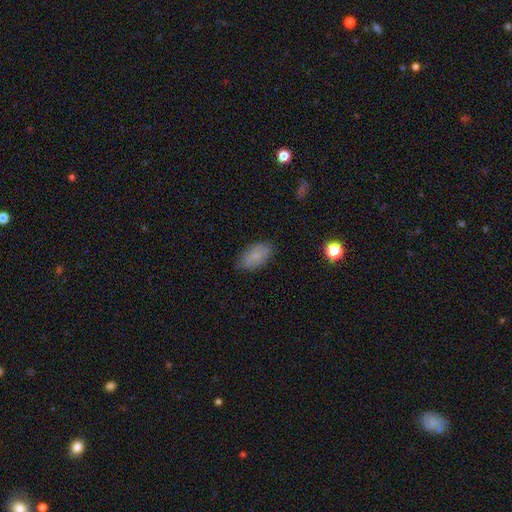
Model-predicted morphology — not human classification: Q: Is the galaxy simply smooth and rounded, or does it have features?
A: smooth — 77%.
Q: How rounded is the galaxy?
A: in between — 92%.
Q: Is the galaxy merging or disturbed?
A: none — 82%.